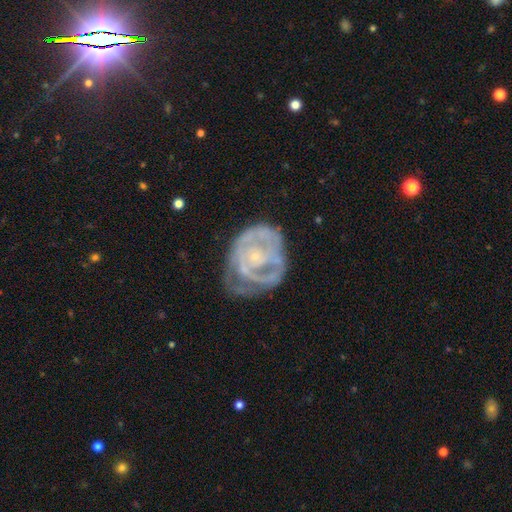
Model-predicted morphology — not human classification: smooth_or_featured: featured or disk (p=0.79) [alt: smooth p=0.15]
disk_edge_on: no (p=0.98) [alt: yes p=0.02]
bar: no (p=0.77) [alt: weak p=0.18]
has_spiral_arms: yes (p=0.76) [alt: no p=0.24]
spiral_winding: tight (p=0.60) [alt: medium p=0.29]
spiral_arm_count: can't tell (p=0.40) [alt: 2 p=0.27]
bulge_size: small (p=0.80) [alt: moderate p=0.13]
merging: none (p=0.43) [alt: minor disturbance p=0.28]